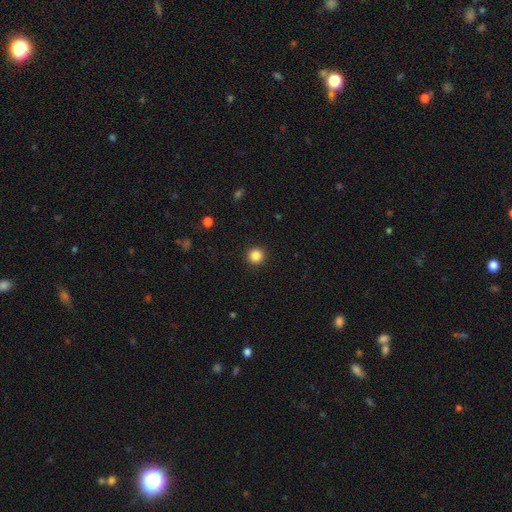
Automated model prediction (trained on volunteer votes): Morphology: type=smooth (85%); roundness=round (95%); merging=none (93%).